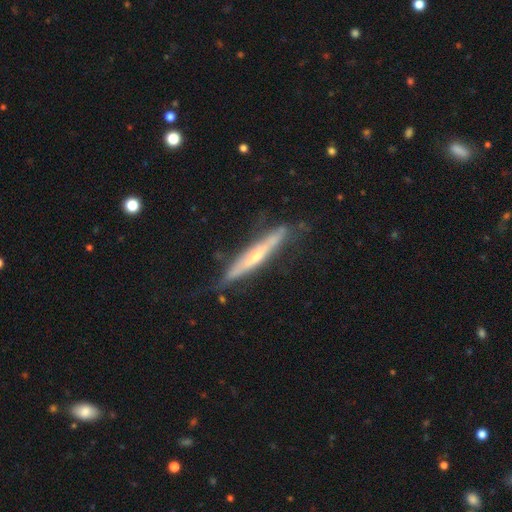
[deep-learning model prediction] Smooth or featured? featured or disk (66%)
Edge-on disk? yes (87%)
Edge-on bulge? rounded (58%)
Merging? none (71%)